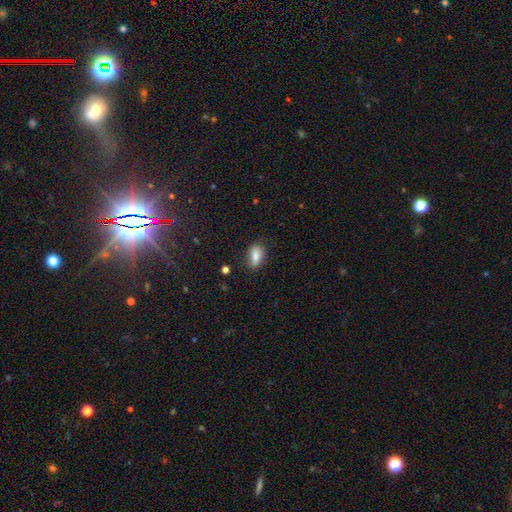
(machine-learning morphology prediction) smooth_or_featured: smooth (p=0.81) [alt: featured or disk p=0.10]
how_rounded: in between (p=0.85) [alt: cigar-shaped p=0.08]
merging: none (p=0.74) [alt: minor disturbance p=0.19]